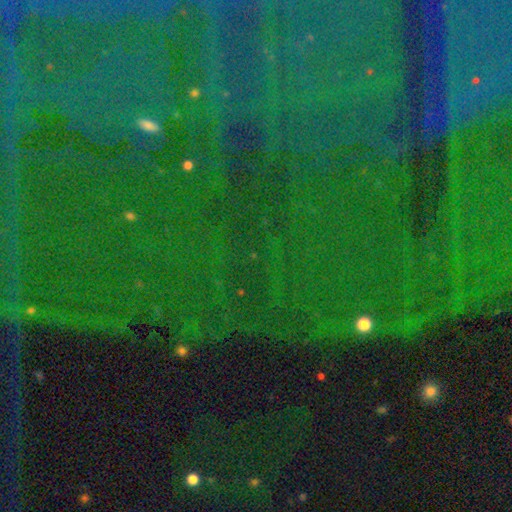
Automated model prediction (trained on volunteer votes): The model was most divided on "smooth or featured": star or artifact: 83%, featured or disk: 8%, smooth: 8%.